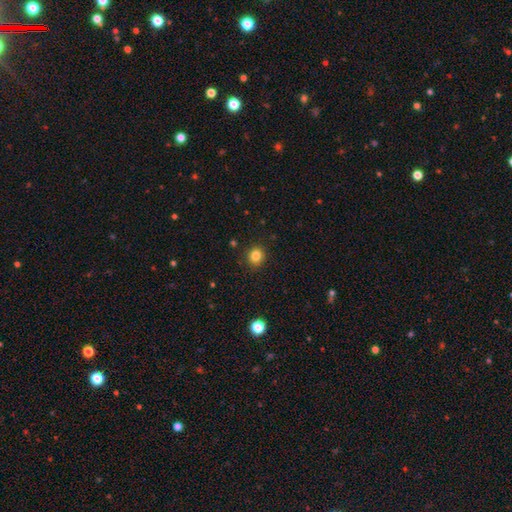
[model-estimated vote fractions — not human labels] This appears to be a smooth galaxy with no disk features (83%) that is round (84%). Merging: none (90%).